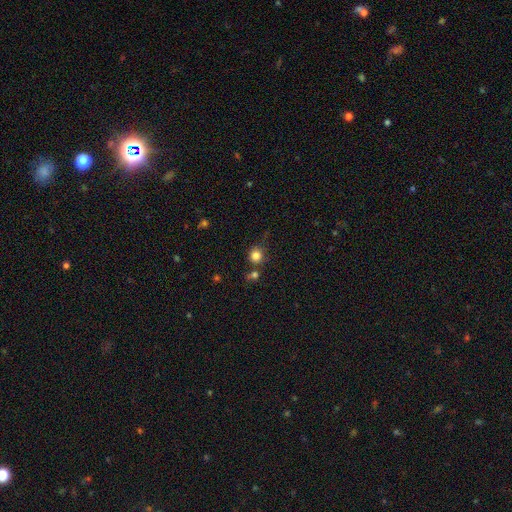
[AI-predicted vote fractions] Smooth or featured? smooth (82%)
How rounded? round (89%)
Merging? none (71%)